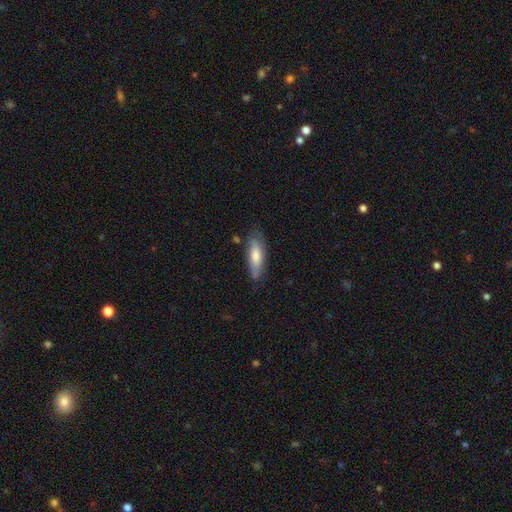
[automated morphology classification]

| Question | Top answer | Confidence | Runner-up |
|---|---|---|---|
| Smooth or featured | smooth | 68% | featured or disk (26%) |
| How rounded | in between | 52% | cigar-shaped (46%) |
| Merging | none | 73% | minor disturbance (21%) |